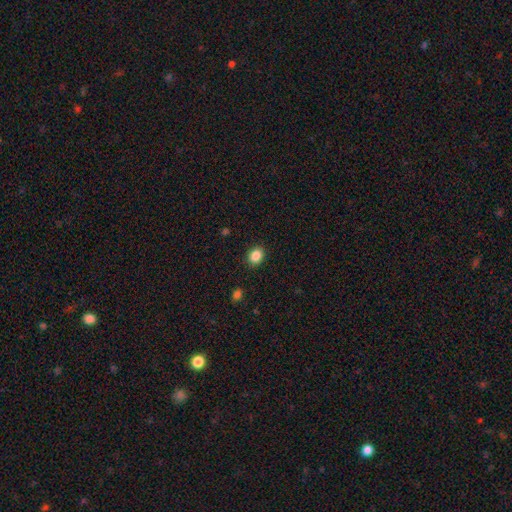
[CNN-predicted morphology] smooth 87%, star or artifact 9%, featured or disk 4%. Down the decision tree: how rounded — in between (53%); merging — none (89%).